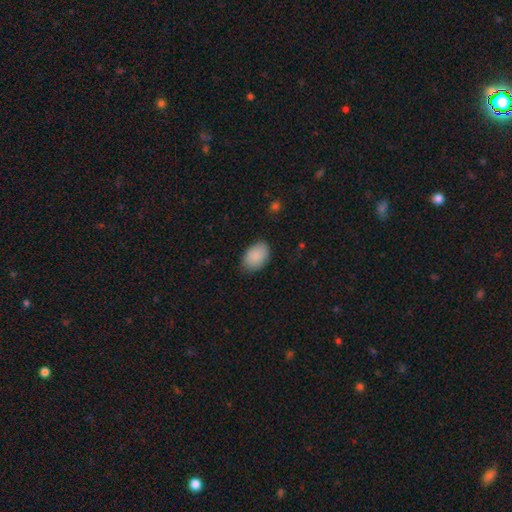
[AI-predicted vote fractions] Smooth or featured: smooth — 89% (star or artifact — 6%)
How rounded: in between — 89% (round — 10%)
Merging: none — 80% (minor disturbance — 16%)